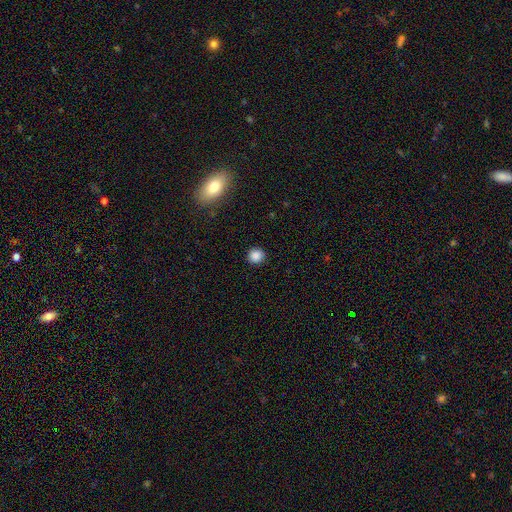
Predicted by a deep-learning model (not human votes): Q: Smooth or featured?
A: smooth (86%); runner-up: star or artifact (11%)
Q: How rounded?
A: round (90%); runner-up: in between (9%)
Q: Merging?
A: none (91%); runner-up: minor disturbance (6%)